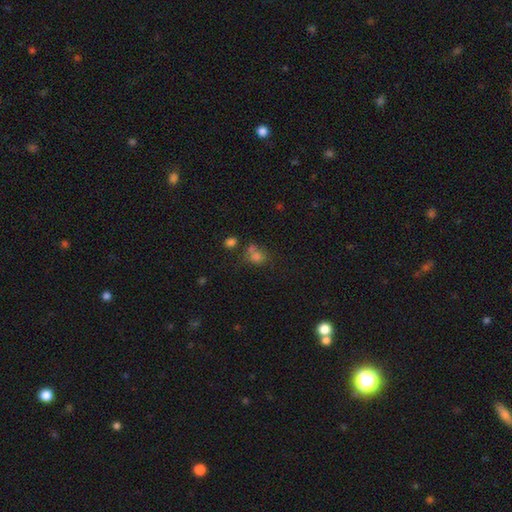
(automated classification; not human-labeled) Smooth or featured? smooth (67%)
How rounded? round (58%)
Merging? none (48%)